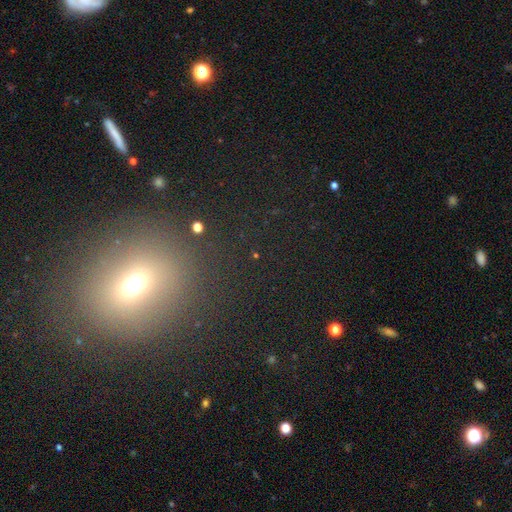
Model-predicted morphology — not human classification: smooth_or_featured: star or artifact (p=0.61) [alt: smooth p=0.28]